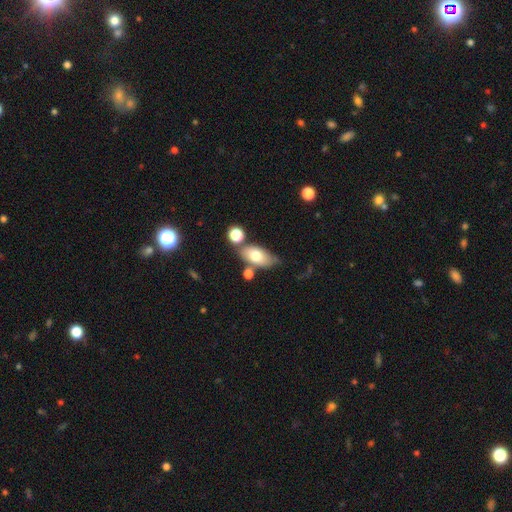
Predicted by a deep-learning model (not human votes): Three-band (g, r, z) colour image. It shows a smooth galaxy with no disk features (71%) that is in between round and cigar-shaped (88%). Merging: none (62%).